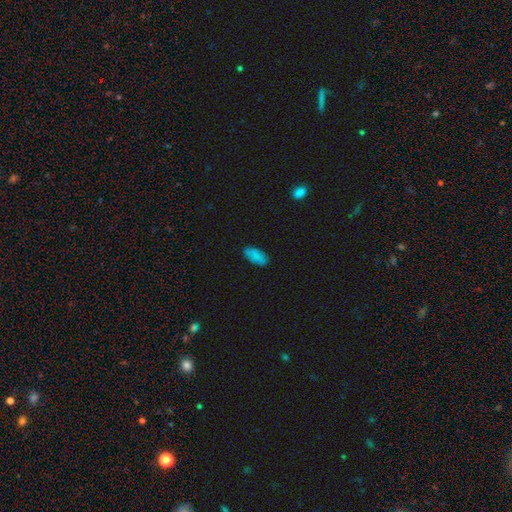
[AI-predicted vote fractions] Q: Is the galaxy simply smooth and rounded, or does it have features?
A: smooth — 86%.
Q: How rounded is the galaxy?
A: in between — 92%.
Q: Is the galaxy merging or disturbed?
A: none — 84%.